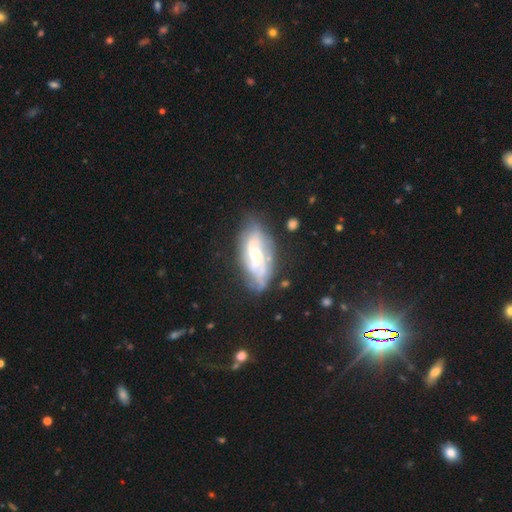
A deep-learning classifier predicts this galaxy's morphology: type=featured or disk (74%); edge-on=no (90%); bar=no (57%); spiral arms=yes (85%); winding=tight (43%); arm count=can't tell (40%); bulge=small (55%); merging=none (64%).